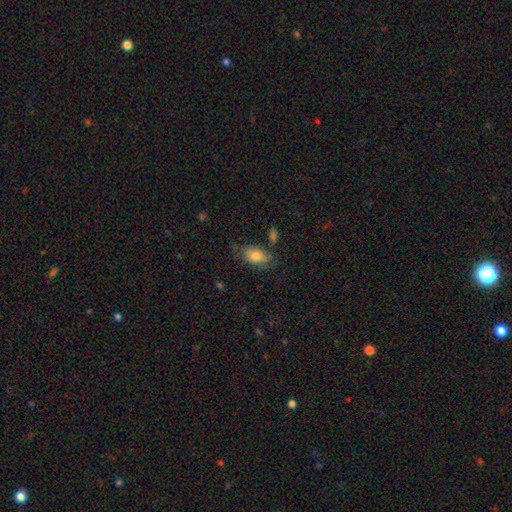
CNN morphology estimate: Smooth or featured?
  - smooth: 78% *
  - featured or disk: 14%
  - star or artifact: 8%
How rounded?
  - in between: 90% *
  - round: 7%
  - cigar-shaped: 3%
Merging?
  - none: 65% *
  - minor disturbance: 23%
  - major disturbance: 7%
  - merger: 6%